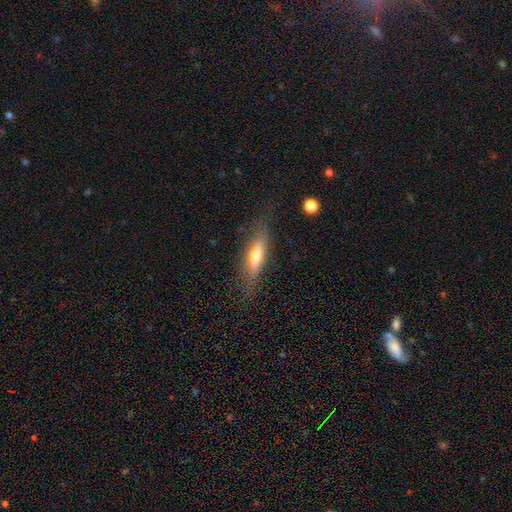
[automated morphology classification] The model was most divided on "smooth or featured": smooth: 58%, featured or disk: 35%, star or artifact: 7%. More confident: merging — none (76%); how rounded — cigar-shaped (64%).